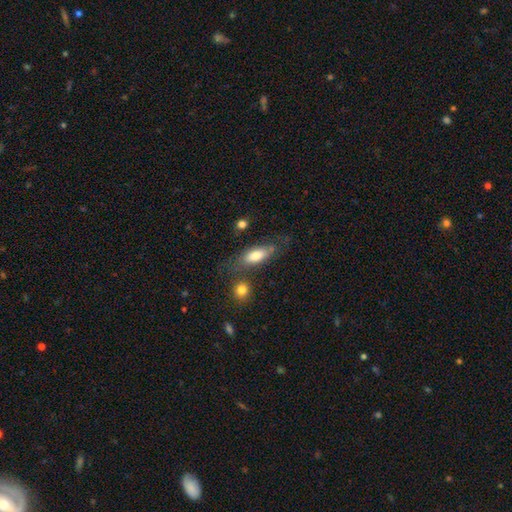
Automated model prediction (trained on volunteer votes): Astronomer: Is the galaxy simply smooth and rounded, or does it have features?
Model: smooth — 73%.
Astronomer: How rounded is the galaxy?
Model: in between — 74%.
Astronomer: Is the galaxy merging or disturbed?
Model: none — 61%.